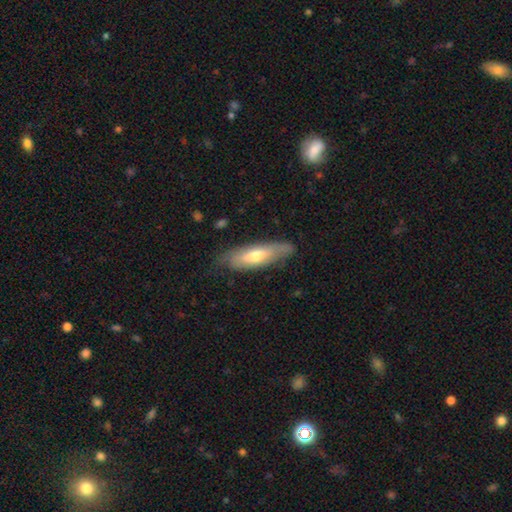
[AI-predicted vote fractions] smooth-or-featured: smooth: 57% | featured or disk: 38% | star or artifact: 6%
  how-rounded: in between: 51% | cigar-shaped: 47% | round: 2%
  merging: none: 72% | minor disturbance: 22% | major disturbance: 5% | merger: 1%